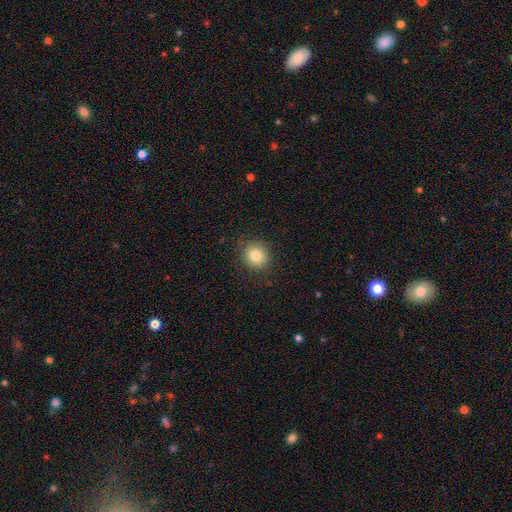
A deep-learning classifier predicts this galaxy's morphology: Overall: smooth (83%). How rounded: round (86%). Merging: none (88%).